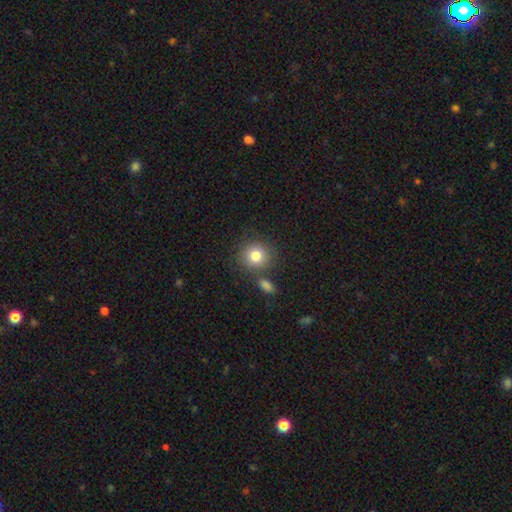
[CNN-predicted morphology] This is clearly a smooth galaxy (82%). How rounded: clearly round (87%). Merging: likely none (75%).